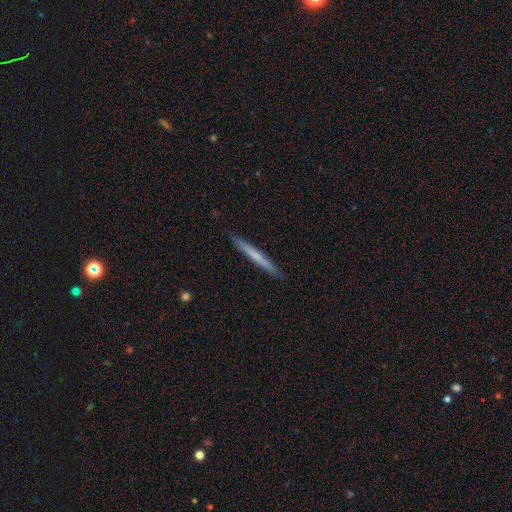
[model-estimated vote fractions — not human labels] Smooth or featured? smooth (56%)
How rounded? cigar-shaped (97%)
Merging? none (91%)